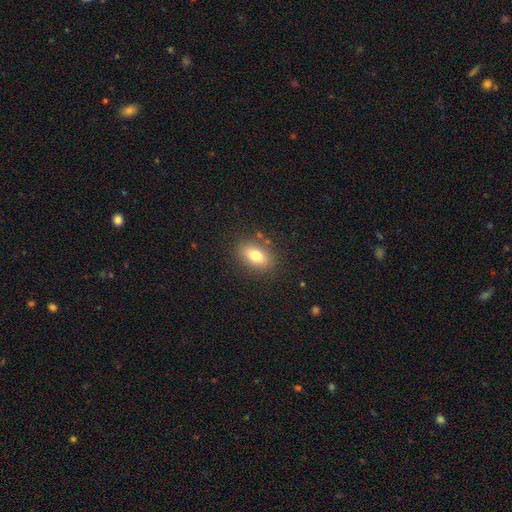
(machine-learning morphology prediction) The model was most divided on "smooth or featured": smooth: 78%, featured or disk: 13%, star or artifact: 9%. More confident: how rounded — in between (84%); merging — none (84%).